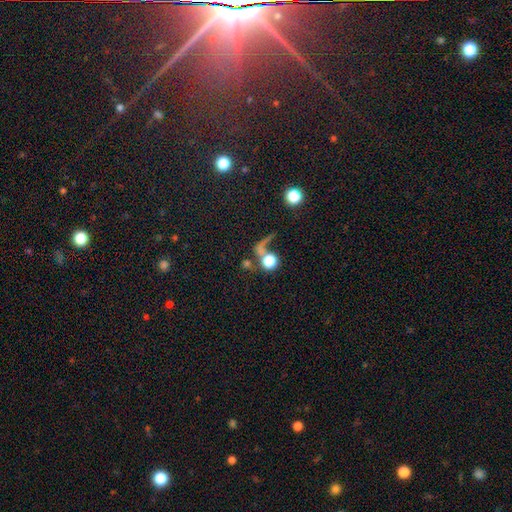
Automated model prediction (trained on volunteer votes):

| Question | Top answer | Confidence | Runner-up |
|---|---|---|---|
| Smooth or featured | star or artifact | 58% | smooth (27%) |